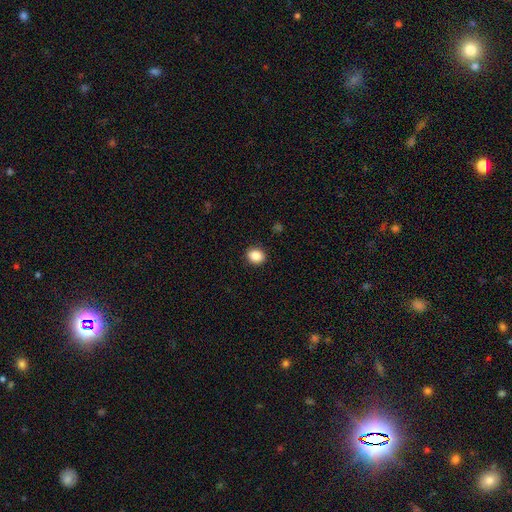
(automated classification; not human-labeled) A smooth galaxy with no disk features (87%) that is round (60%).

Vote fractions:
- Smooth or featured? smooth: 87% / star or artifact: 9% / featured or disk: 4%
- How rounded? round: 60% / in between: 39% / cigar-shaped: 1%
- Merging? none: 91% / minor disturbance: 6% / major disturbance: 2% / merger: 1%